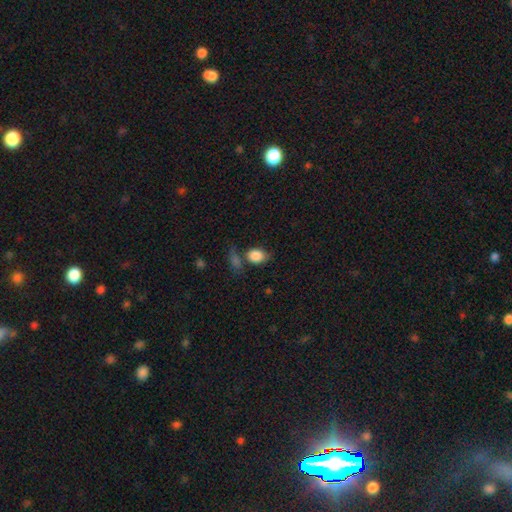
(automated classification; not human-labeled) Morphology: type=smooth (85%); roundness=in between (65%); merging=none (51%).